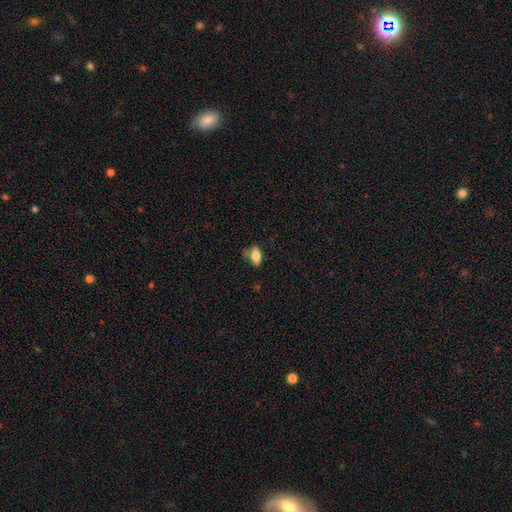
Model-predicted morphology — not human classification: A smooth galaxy with no disk features (79%) that is in between round and cigar-shaped (88%). Merging: none (61%).